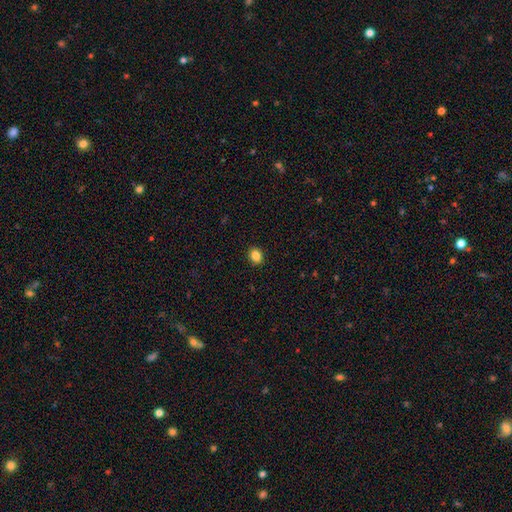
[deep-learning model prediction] Smooth or featured? Predicted: smooth (p=0.86). How rounded? Predicted: round (p=0.61). Merging? Predicted: none (p=0.91).